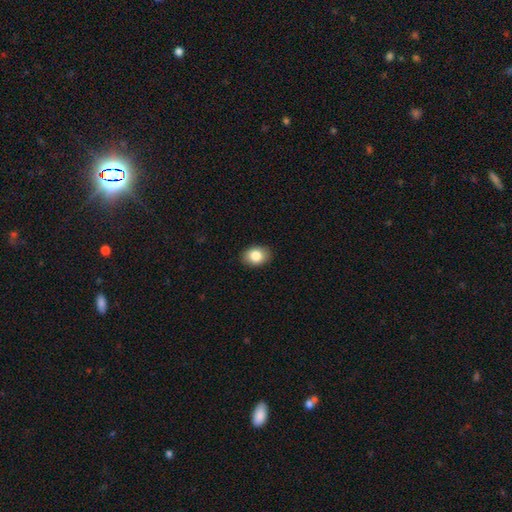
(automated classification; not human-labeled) Smooth or featured? Predicted: smooth (p=0.85). How rounded? Predicted: in between (p=0.68). Merging? Predicted: none (p=0.89).